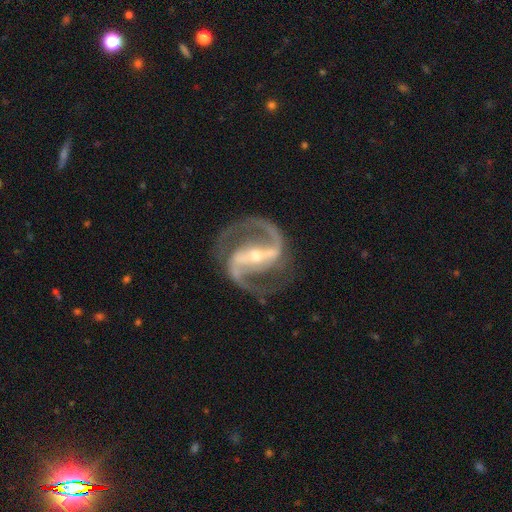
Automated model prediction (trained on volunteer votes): Overall: featured or disk (93%). Edge-on disk: no (97%). Bar: strong (76%). Spiral arms: yes (98%). Spiral arm count: 2 (94%). Spiral winding: medium (64%). Bulge size: small (56%; moderate 39%). Merging: none (81%).